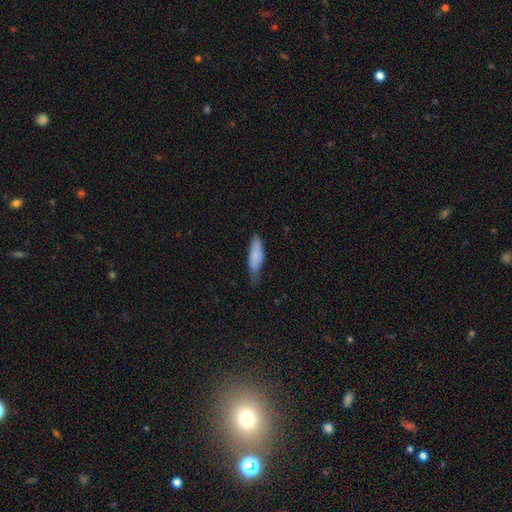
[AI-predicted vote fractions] smooth_or_featured: smooth (p=0.81) [alt: featured or disk p=0.13]
how_rounded: cigar-shaped (p=0.54) [alt: in between p=0.44]
merging: none (p=0.54) [alt: minor disturbance p=0.37]